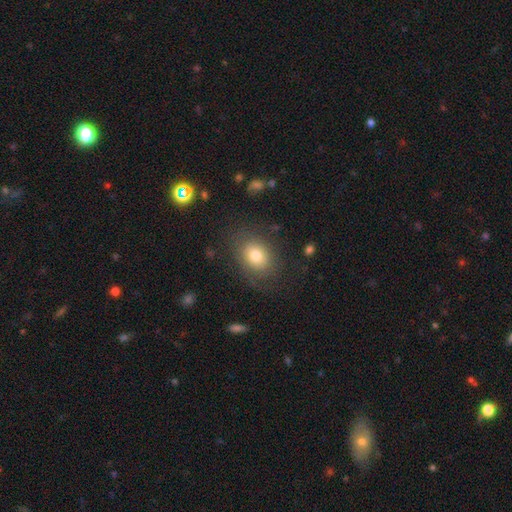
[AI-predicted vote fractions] Smooth or featured? smooth (74%)
How rounded? in between (59%)
Merging? none (76%)